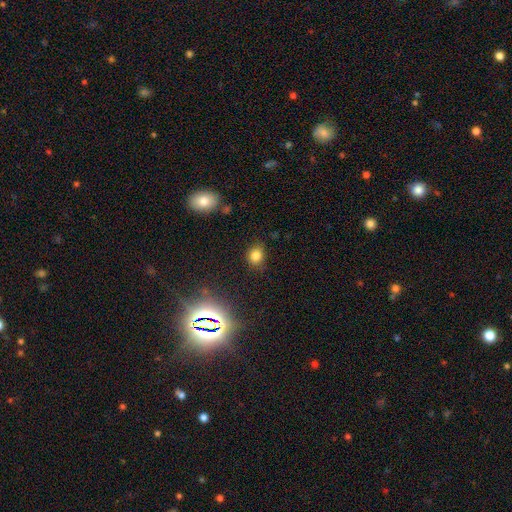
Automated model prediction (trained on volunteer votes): Smooth or featured?
  - smooth: 79% *
  - star or artifact: 15%
  - featured or disk: 6%
How rounded?
  - round: 63% *
  - in between: 35%
  - cigar-shaped: 1%
Merging?
  - none: 81% *
  - minor disturbance: 14%
  - major disturbance: 3%
  - merger: 2%